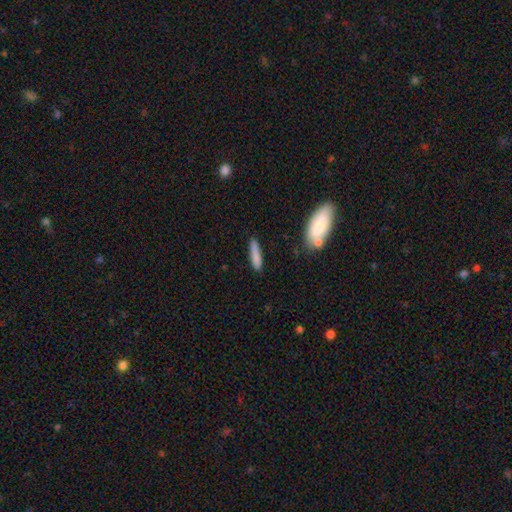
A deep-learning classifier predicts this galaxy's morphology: Overall: smooth (82%). How rounded: cigar-shaped (80%). Merging: none (79%).